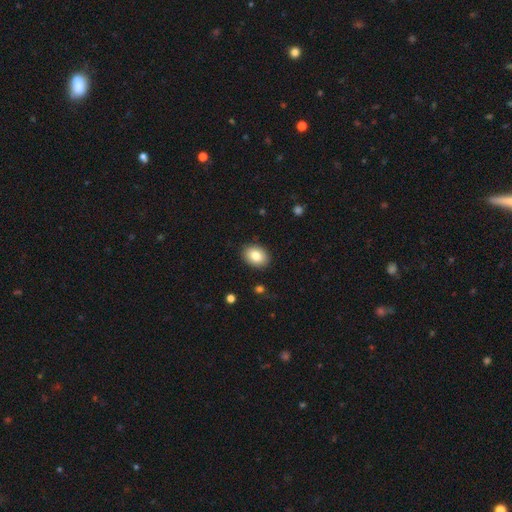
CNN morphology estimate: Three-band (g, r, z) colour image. It shows a smooth galaxy with no disk features (83%) that is in between round and cigar-shaped (65%). Merging: none (89%).